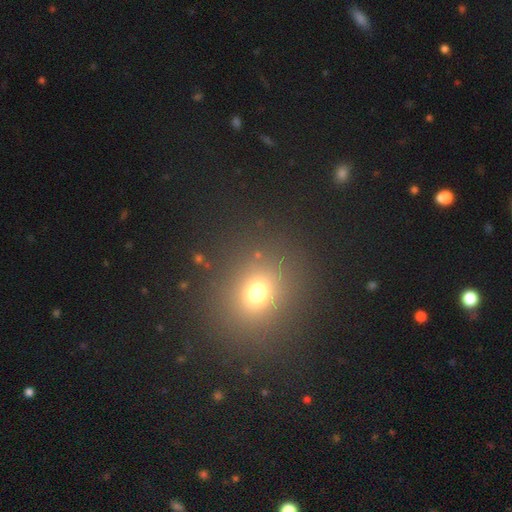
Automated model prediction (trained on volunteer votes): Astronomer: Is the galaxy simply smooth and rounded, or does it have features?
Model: smooth — 64%.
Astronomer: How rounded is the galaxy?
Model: round — 77%.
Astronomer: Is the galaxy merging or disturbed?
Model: none — 90%.